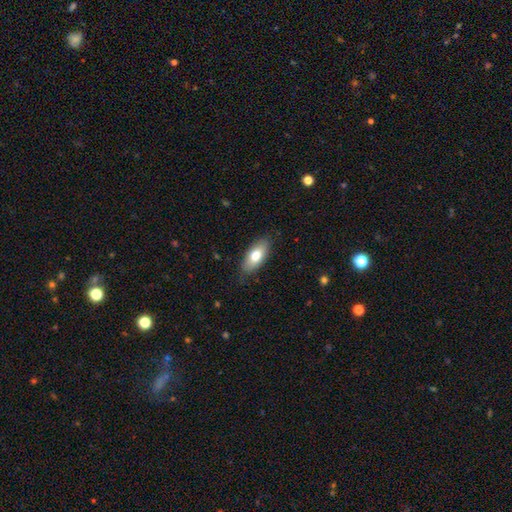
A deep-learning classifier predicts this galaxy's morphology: Smooth or featured: smooth — 77% (featured or disk — 17%)
How rounded: in between — 85% (cigar-shaped — 12%)
Merging: none — 82% (minor disturbance — 14%)